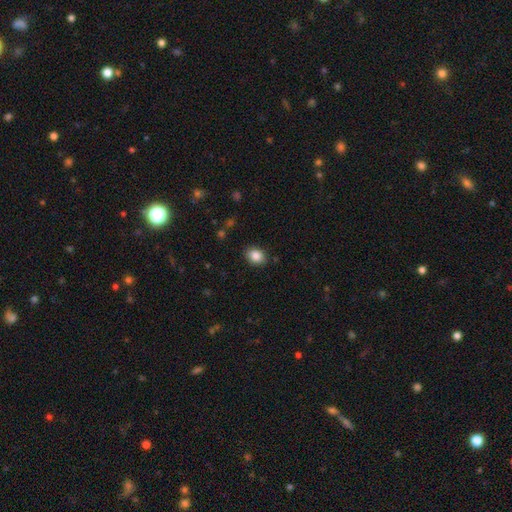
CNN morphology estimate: Smooth or featured: smooth — 86% (star or artifact — 9%)
How rounded: in between — 60% (round — 39%)
Merging: none — 87% (minor disturbance — 10%)